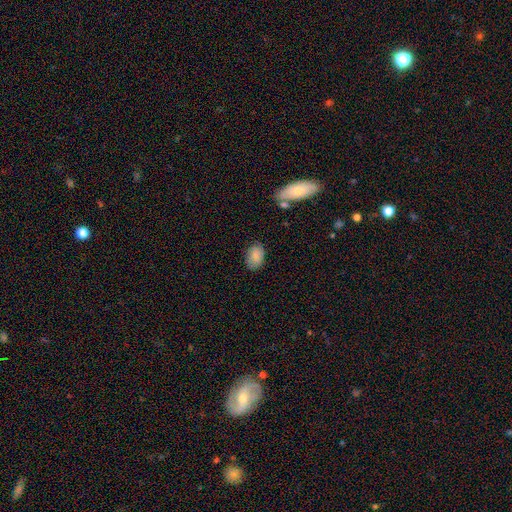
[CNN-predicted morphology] smooth_or_featured: smooth (p=0.87) [alt: star or artifact p=0.07]
how_rounded: in between (p=0.86) [alt: round p=0.13]
merging: none (p=0.79) [alt: minor disturbance p=0.16]